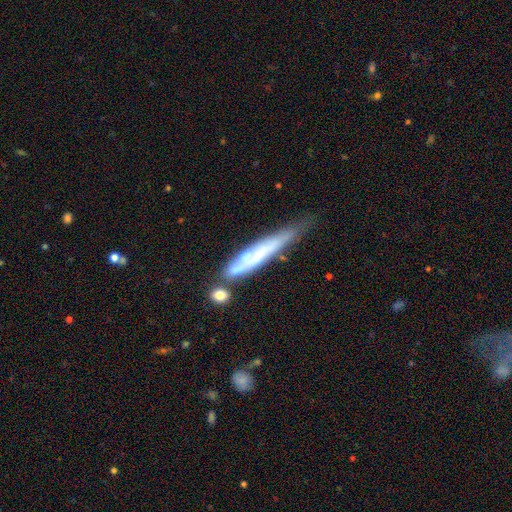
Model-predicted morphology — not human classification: featured or disk 49%, smooth 43%, star or artifact 8%. Down the decision tree: merging — none (47%).